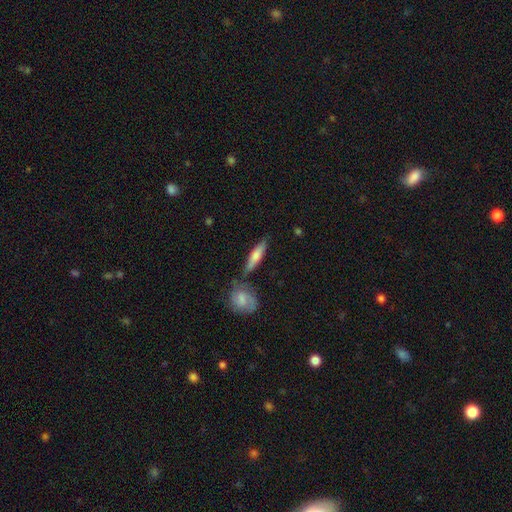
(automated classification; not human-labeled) Smooth or featured? Predicted: smooth (p=0.65). How rounded? Predicted: cigar-shaped (p=0.71). Merging? Predicted: none (p=0.68).